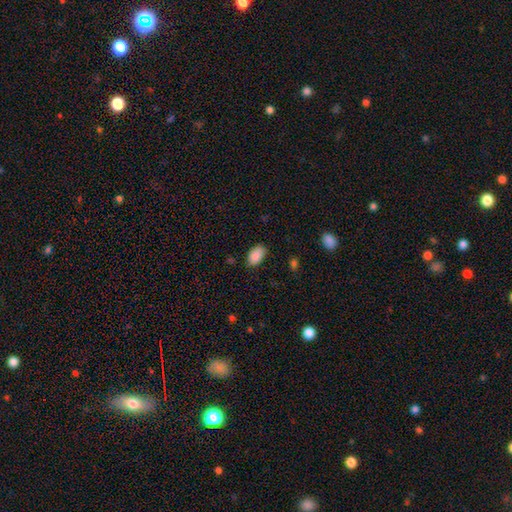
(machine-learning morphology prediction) Smooth or featured?
  - smooth: 89% *
  - star or artifact: 7%
  - featured or disk: 4%
How rounded?
  - in between: 92% *
  - round: 6%
  - cigar-shaped: 1%
Merging?
  - none: 76% *
  - minor disturbance: 19%
  - major disturbance: 4%
  - merger: 1%